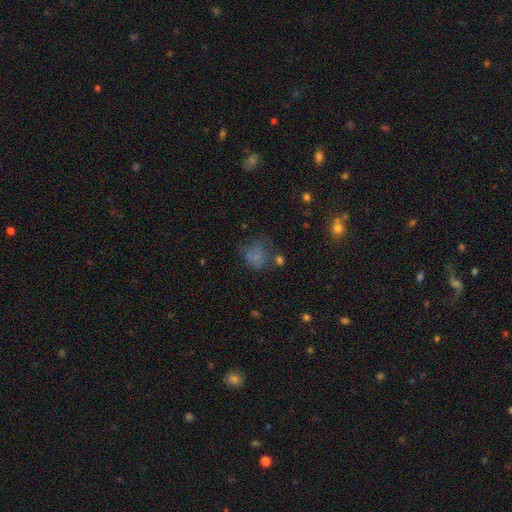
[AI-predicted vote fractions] Q: Smooth or featured?
A: smooth (62%); runner-up: featured or disk (19%)
Q: How rounded?
A: round (58%); runner-up: in between (41%)
Q: Merging?
A: none (46%); runner-up: minor disturbance (24%)